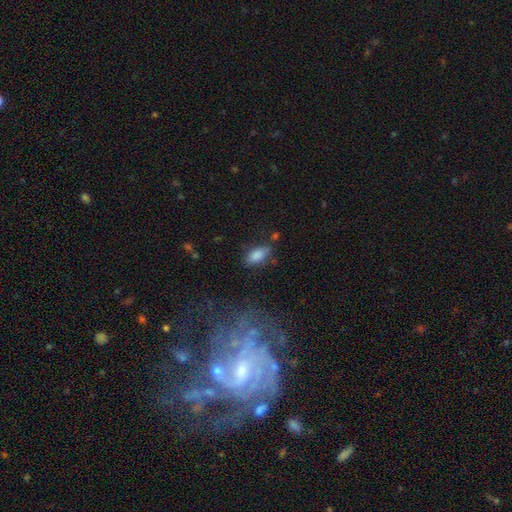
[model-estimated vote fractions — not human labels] Overall: smooth (85%). How rounded: in between (87%). Merging: none (69%).